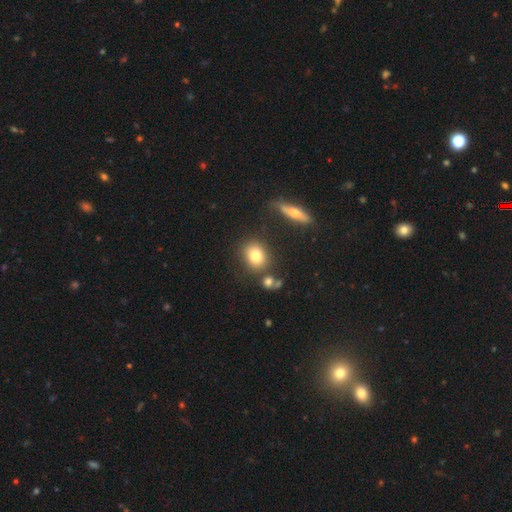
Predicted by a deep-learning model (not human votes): smooth-or-featured: smooth: 80% | featured or disk: 11% | star or artifact: 9%
  how-rounded: round: 55% | in between: 43% | cigar-shaped: 2%
  merging: none: 75% | minor disturbance: 11% | merger: 10% | major disturbance: 4%